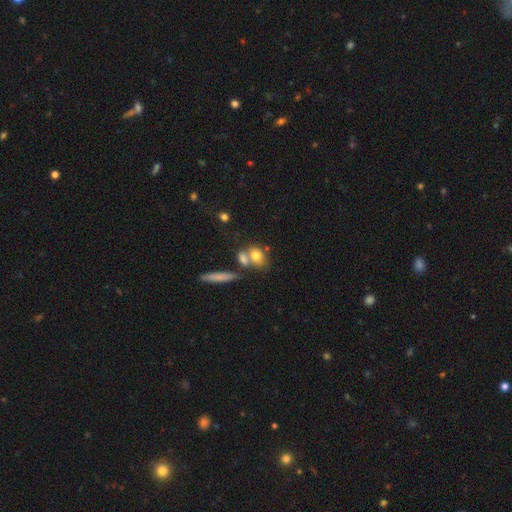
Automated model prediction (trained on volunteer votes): This appears to be a smooth galaxy with no disk features (73%) that is in between round and cigar-shaped (64%). Merging: none (44%).